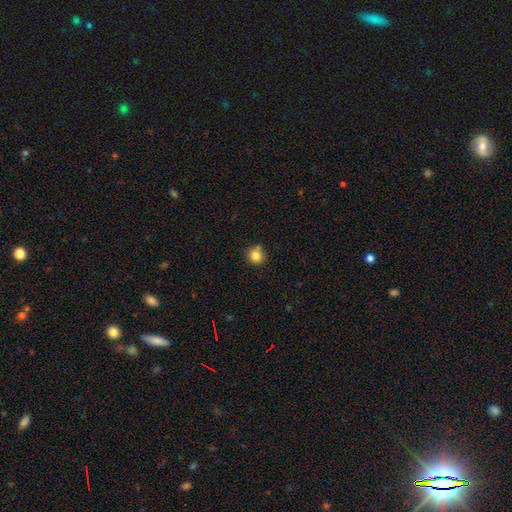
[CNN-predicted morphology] Smooth or featured? smooth (82%)
How rounded? round (87%)
Merging? none (77%)